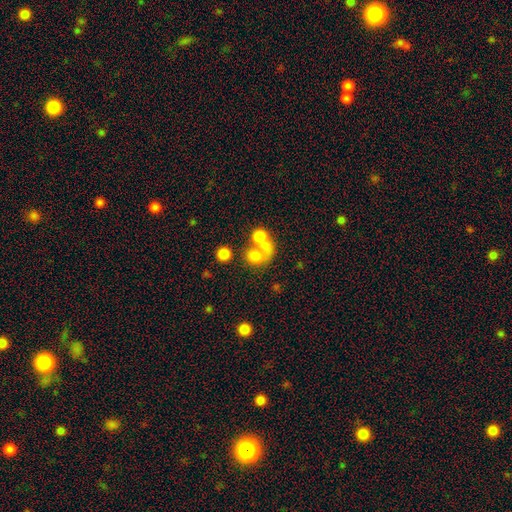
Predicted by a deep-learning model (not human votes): This appears to be a smooth galaxy with no disk features (67%) that is round (68%). Merging: merger (54%).